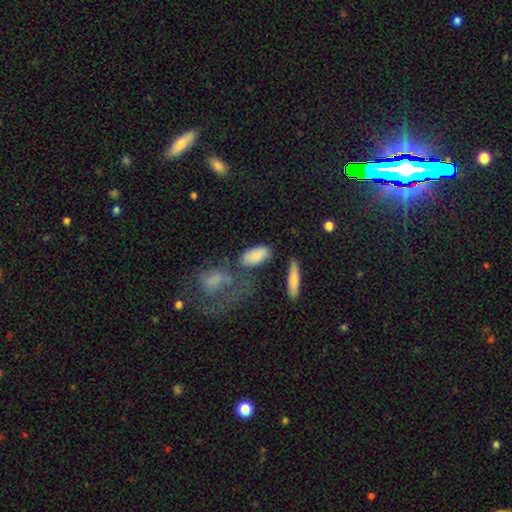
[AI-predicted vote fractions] smooth 84%, featured or disk 10%, star or artifact 7%. Down the decision tree: how rounded — in between (88%); merging — none (66%).